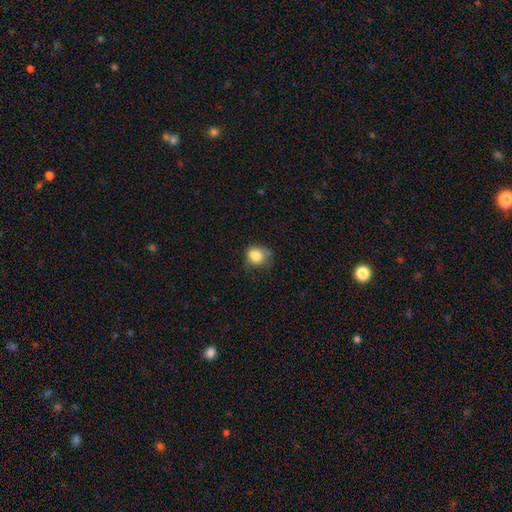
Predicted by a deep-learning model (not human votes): Morphology: type=smooth (81%); roundness=round (61%); merging=none (44%).